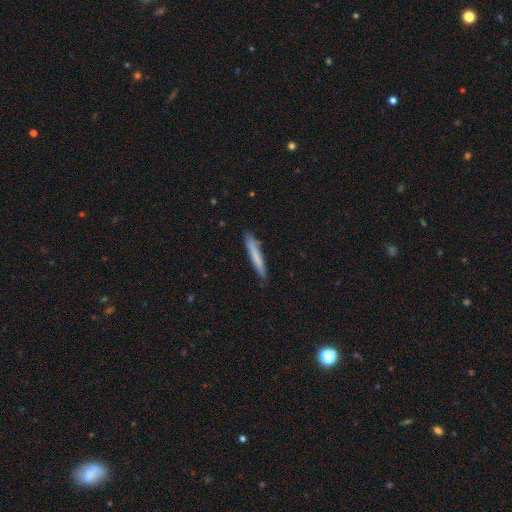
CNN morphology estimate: smooth 71%, featured or disk 23%, star or artifact 6%. Down the decision tree: how rounded — cigar-shaped (95%); merging — none (86%).